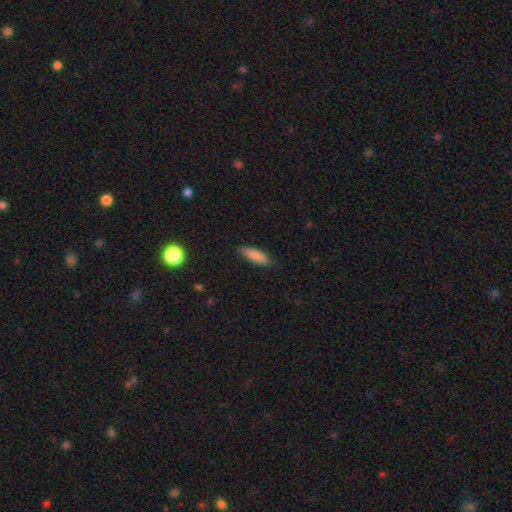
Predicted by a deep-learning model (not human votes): smooth-or-featured: smooth: 84% | featured or disk: 10% | star or artifact: 7%
  how-rounded: cigar-shaped: 50% | in between: 48% | round: 2%
  merging: none: 84% | minor disturbance: 13% | major disturbance: 2% | merger: 1%